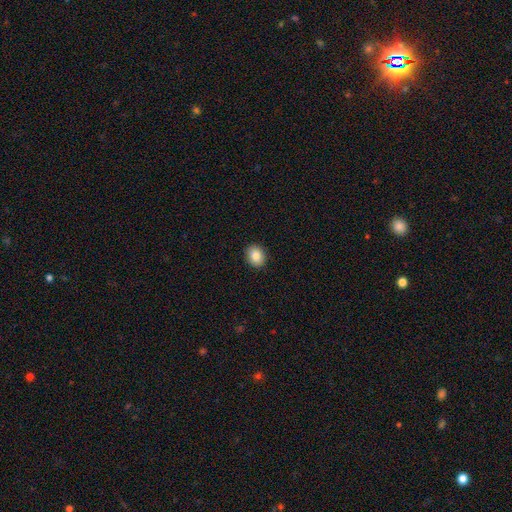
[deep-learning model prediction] Smooth or featured? smooth (86%)
How rounded? round (61%)
Merging? none (91%)